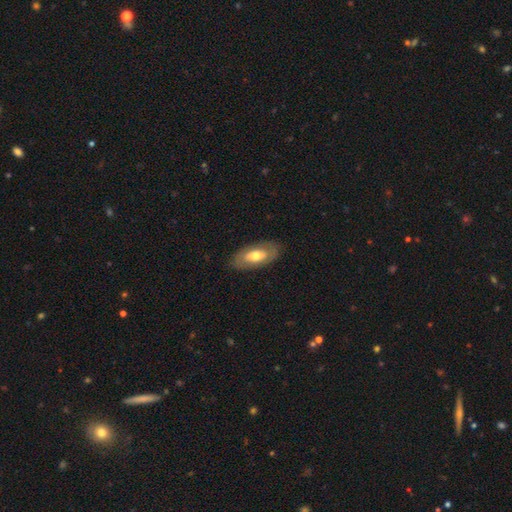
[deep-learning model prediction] This is possibly a smooth galaxy (55%). How rounded: clearly in between (89%). Merging: clearly none (83%).